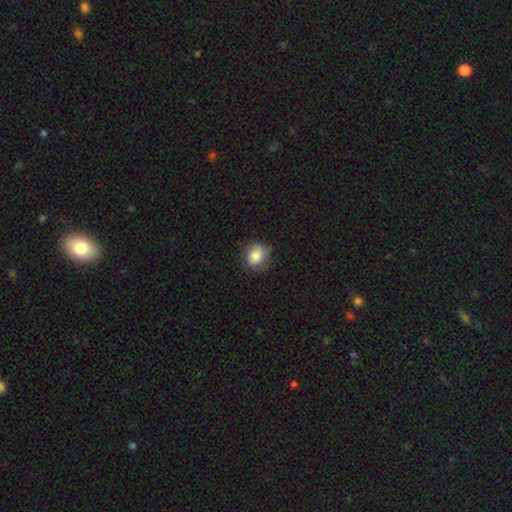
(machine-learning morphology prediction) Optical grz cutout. It shows a smooth galaxy with no disk features (81%) that is round (62%). Merging: none (71%).